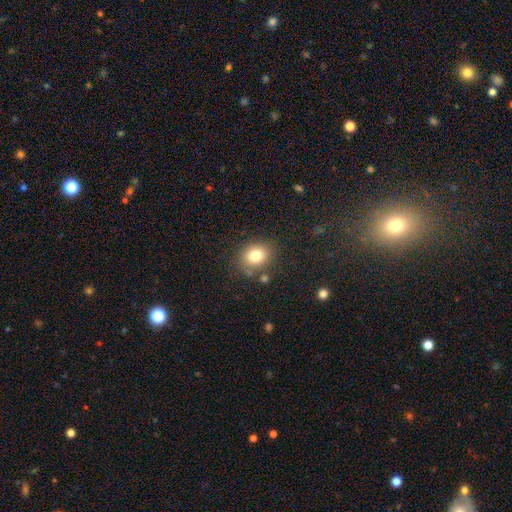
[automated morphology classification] This is likely a smooth galaxy (79%). How rounded: likely round (62%). Merging: likely none (79%).